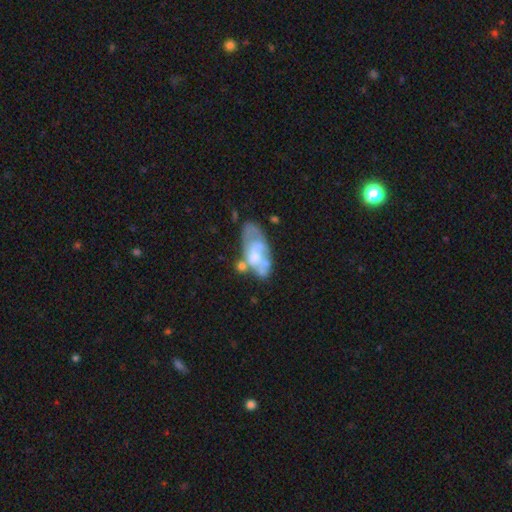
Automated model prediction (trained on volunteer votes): featured or disk 56%, smooth 37%, star or artifact 7%. Down the decision tree: edge-on disk — no (94%); bar — no (71%); spiral arms — no (57%); bulge size — moderate (41%); merging — none (32%).